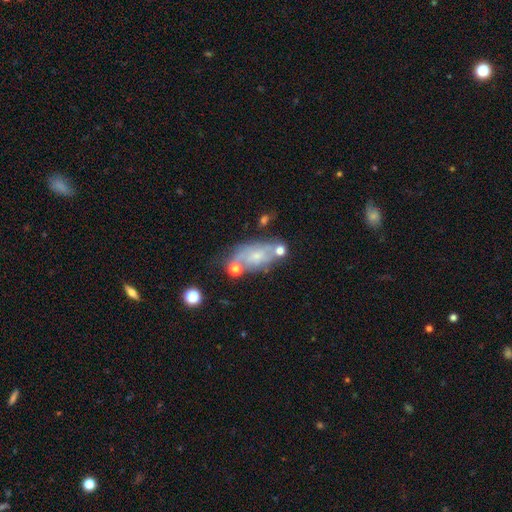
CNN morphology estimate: Smooth or featured?
  - featured or disk: 55% *
  - smooth: 35%
  - star or artifact: 10%
Edge-on disk?
  - no: 90% *
  - yes: 10%
Merging?
  - none: 51% *
  - minor disturbance: 23%
  - merger: 15%
  - major disturbance: 11%